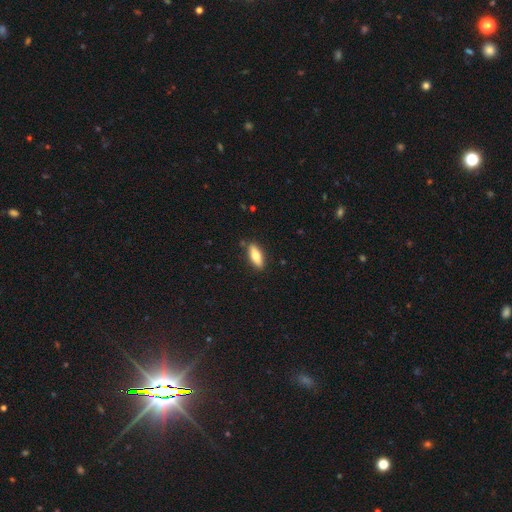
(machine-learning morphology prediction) A smooth galaxy with no disk features (71%) that is in between round and cigar-shaped (66%). Merging: none (86%).